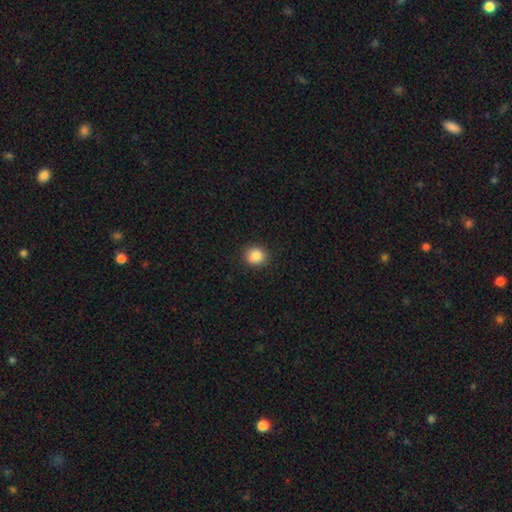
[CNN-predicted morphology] smooth_or_featured: smooth (p=0.86) [alt: star or artifact p=0.10]
how_rounded: round (p=0.81) [alt: in between p=0.18]
merging: none (p=0.89) [alt: minor disturbance p=0.08]